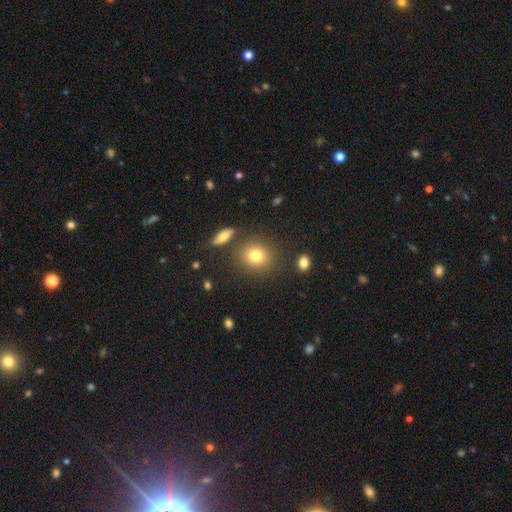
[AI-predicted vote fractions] This is likely a smooth galaxy (78%). How rounded: likely round (77%). Merging: clearly none (82%).